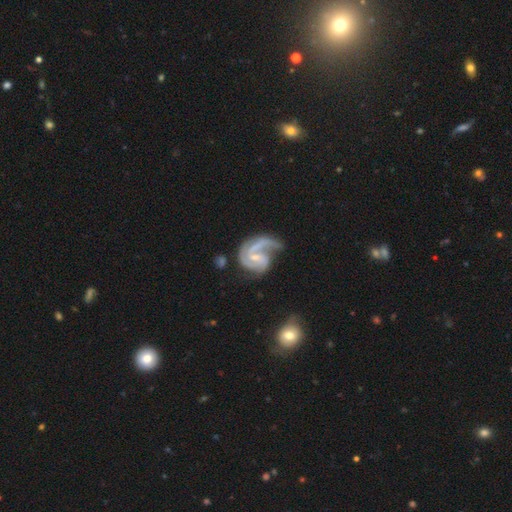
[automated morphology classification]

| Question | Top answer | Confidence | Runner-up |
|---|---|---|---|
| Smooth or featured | featured or disk | 91% | smooth (5%) |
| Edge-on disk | no | 98% | yes (2%) |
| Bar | weak | 48% | no (32%) |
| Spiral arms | yes | 98% | no (2%) |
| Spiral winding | medium | 49% | tight (34%) |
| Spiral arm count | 2 | 44% | 3 (31%) |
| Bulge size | small | 67% | moderate (23%) |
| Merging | none | 39% | major disturbance (30%) |